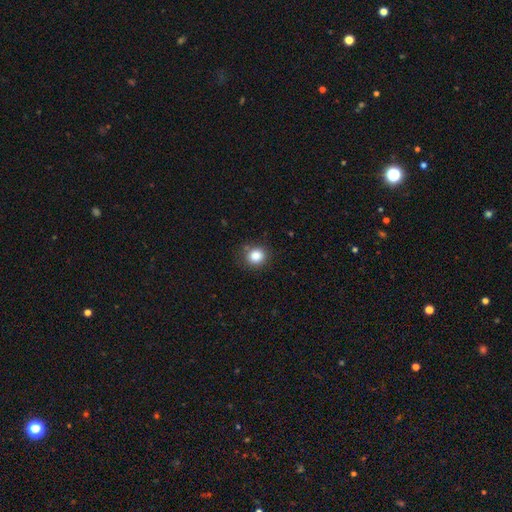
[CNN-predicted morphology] Smooth or featured? smooth (85%)
How rounded? round (84%)
Merging? none (83%)